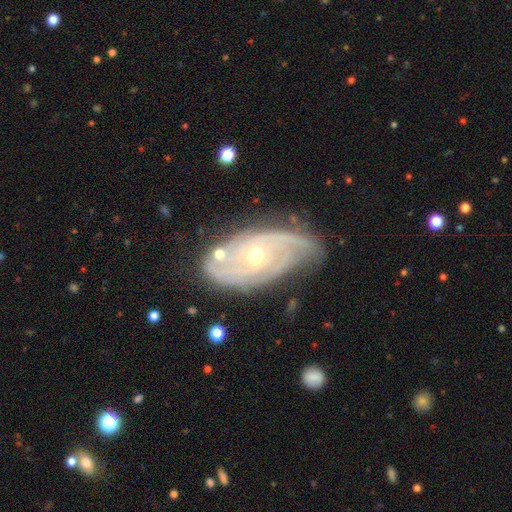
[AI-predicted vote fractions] smooth-or-featured: featured or disk: 84% | smooth: 10% | star or artifact: 6%
  disk-edge-on: no: 93% | yes: 7%
    bar: no: 70% | weak: 23% | strong: 6%
    has-spiral-arms: yes: 91% | no: 9%
      spiral-winding: tight: 60% | medium: 29% | loose: 11%
      spiral-arm-count: 2: 35% | can't tell: 32% | 3: 17% | 4: 6% | 1: 6% | more than 4: 4%
    bulge-size: moderate: 56% | small: 40% | large: 2% | none: 1% | dominant: 1%
  merging: none: 63% | minor disturbance: 24% | major disturbance: 9% | merger: 4%